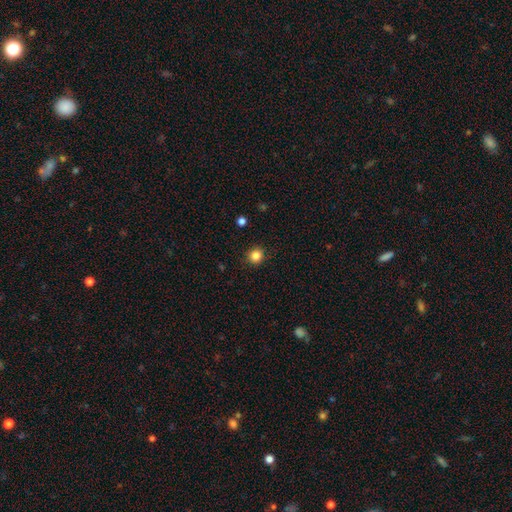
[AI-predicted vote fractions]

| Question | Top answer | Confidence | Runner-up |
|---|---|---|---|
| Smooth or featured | smooth | 84% | star or artifact (12%) |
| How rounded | round | 92% | in between (7%) |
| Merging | none | 92% | minor disturbance (6%) |